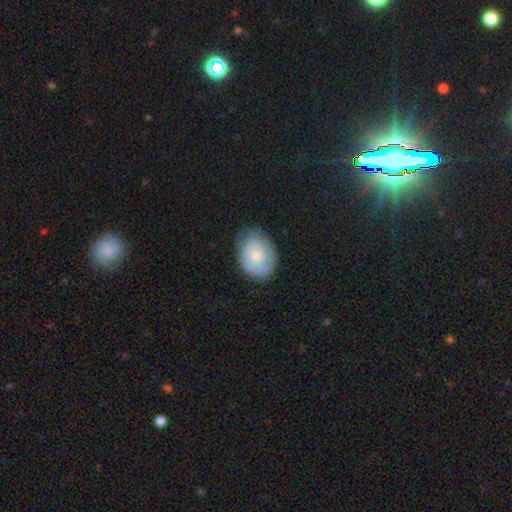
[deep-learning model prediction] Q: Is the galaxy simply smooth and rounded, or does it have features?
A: smooth — 60%.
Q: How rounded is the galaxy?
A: in between — 69%.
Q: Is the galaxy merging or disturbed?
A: none — 70%.